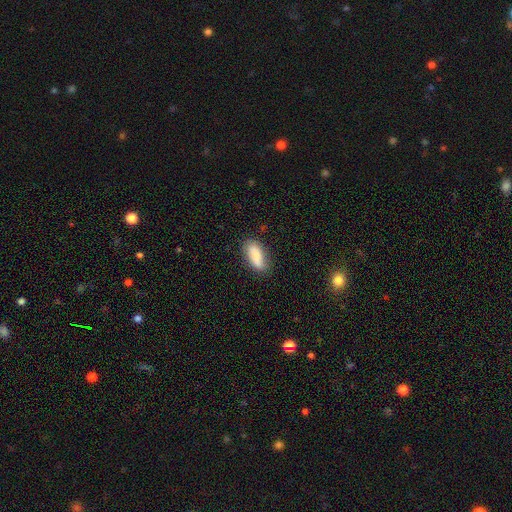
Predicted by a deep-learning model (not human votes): A smooth galaxy with no disk features (84%) that is in between round and cigar-shaped (79%).

Vote fractions:
- Smooth or featured? smooth: 84% / featured or disk: 9% / star or artifact: 7%
- How rounded? in between: 79% / cigar-shaped: 18% / round: 2%
- Merging? none: 78% / minor disturbance: 17% / major disturbance: 3% / merger: 2%